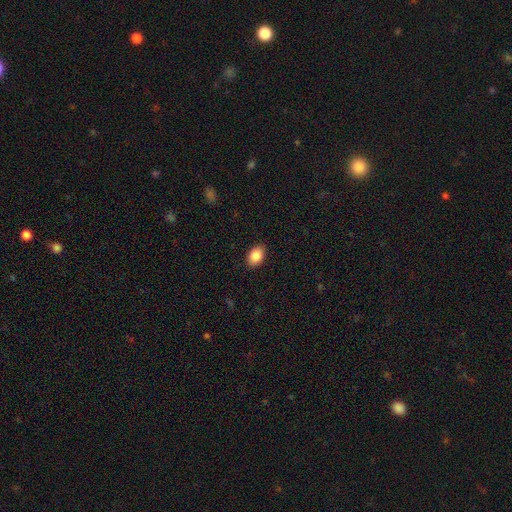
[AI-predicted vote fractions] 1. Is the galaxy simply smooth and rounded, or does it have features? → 87% smooth, 8% star or artifact, 5% featured or disk.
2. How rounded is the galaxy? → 84% in between, 14% round, 1% cigar-shaped.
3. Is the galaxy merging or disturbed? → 89% none, 9% minor disturbance, 2% major disturbance, 1% merger.